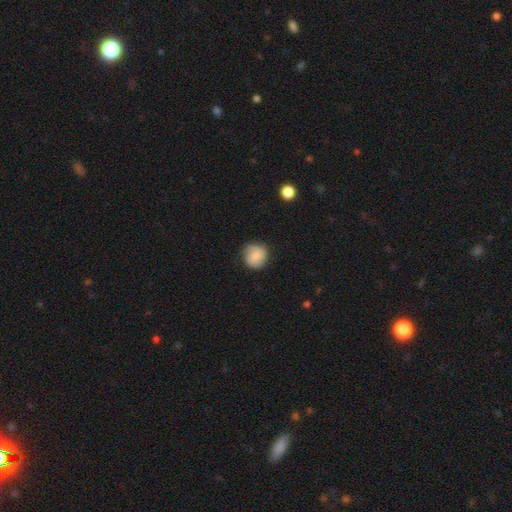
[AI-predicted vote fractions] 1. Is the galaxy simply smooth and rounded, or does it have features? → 63% smooth, 29% featured or disk, 8% star or artifact.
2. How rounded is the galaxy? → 86% round, 13% in between, 1% cigar-shaped.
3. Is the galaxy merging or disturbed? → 72% none, 21% minor disturbance, 6% major disturbance, 1% merger.